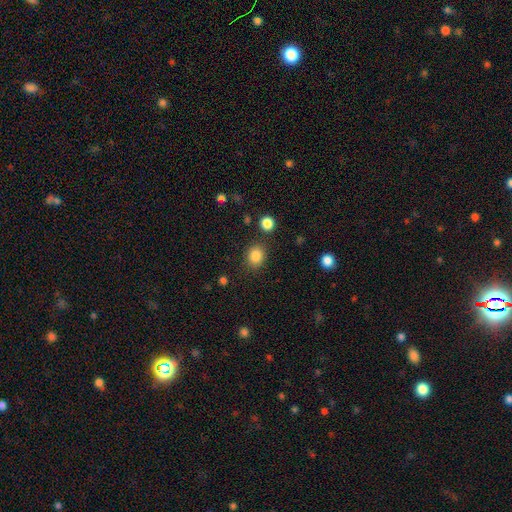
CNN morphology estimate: Smooth or featured? smooth (85%)
How rounded? round (61%)
Merging? none (83%)